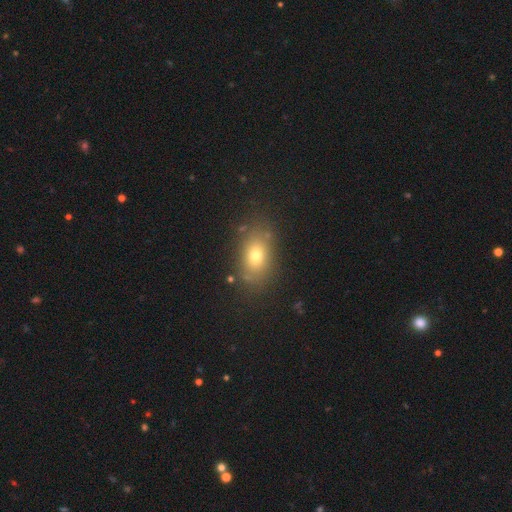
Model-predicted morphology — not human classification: This is likely a smooth galaxy (70%). How rounded: likely in between (77%). Merging: likely none (80%).